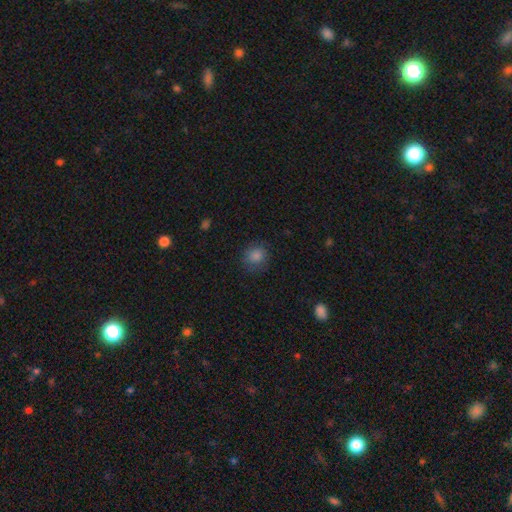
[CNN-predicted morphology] Overall: smooth (83%). How rounded: round (84%). Merging: none (81%).